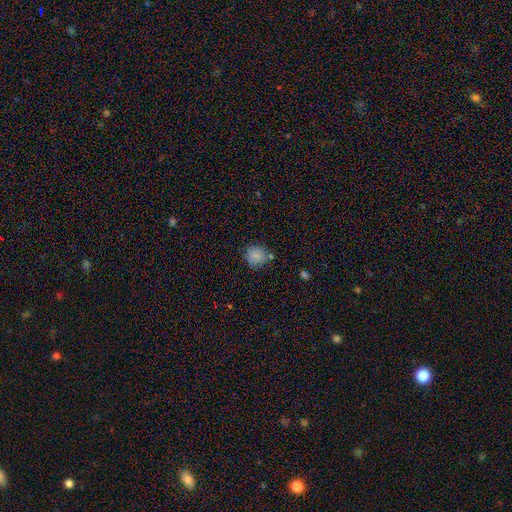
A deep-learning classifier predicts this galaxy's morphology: This is clearly a smooth galaxy (84%). How rounded: clearly round (88%). Merging: likely none (74%).